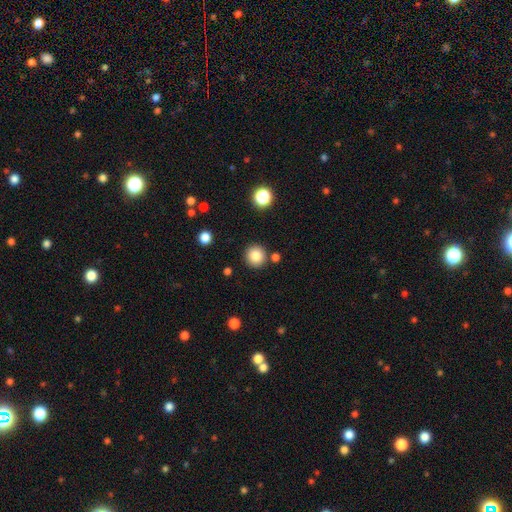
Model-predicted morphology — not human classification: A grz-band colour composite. It shows a smooth galaxy with no disk features (84%) that is round (94%). Merging: none (86%).